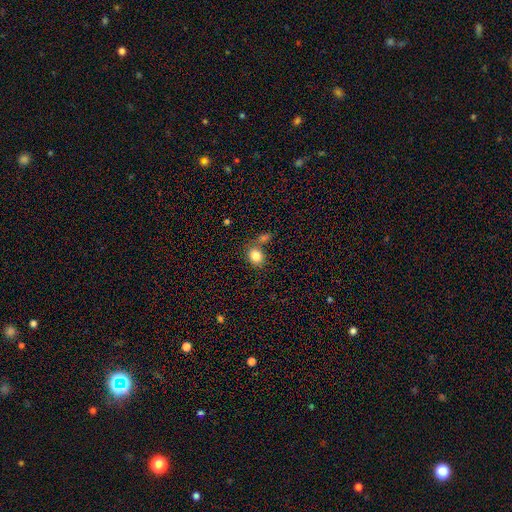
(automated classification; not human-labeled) Smooth or featured? smooth (83%)
How rounded? round (53%)
Merging? none (62%)